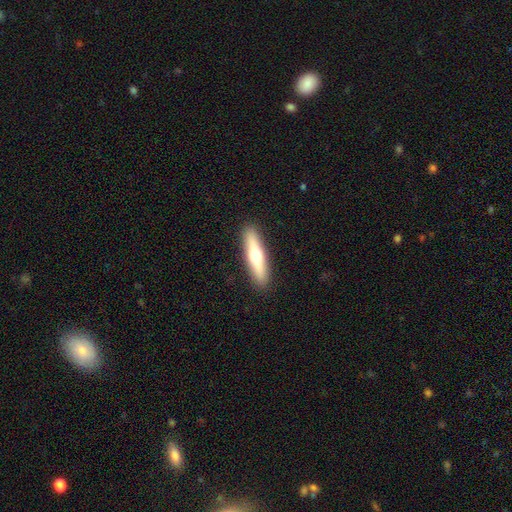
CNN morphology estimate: The model was most divided on "smooth or featured": smooth: 48%, featured or disk: 46%, star or artifact: 6%. More confident: merging — none (91%).